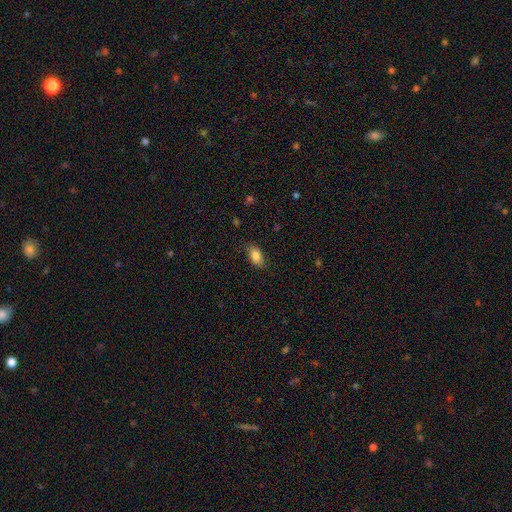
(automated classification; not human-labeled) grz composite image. It shows a smooth galaxy with no disk features (85%) that is in between round and cigar-shaped (90%). Merging: none (83%).